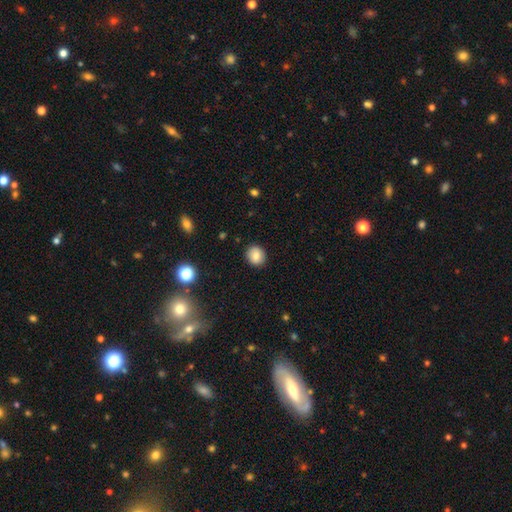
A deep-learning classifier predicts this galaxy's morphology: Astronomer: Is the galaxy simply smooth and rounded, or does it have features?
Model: smooth — 84%.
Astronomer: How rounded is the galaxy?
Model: round — 77%.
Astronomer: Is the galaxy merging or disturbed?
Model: none — 90%.